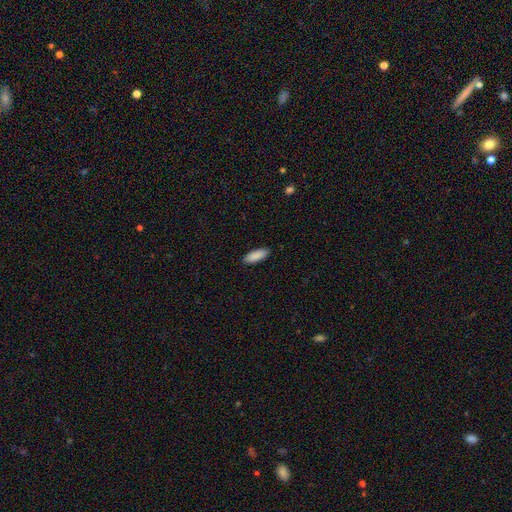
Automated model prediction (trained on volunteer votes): A smooth galaxy with no disk features (90%) that is in between round and cigar-shaped (66%).

Vote fractions:
- Smooth or featured? smooth: 90% / star or artifact: 6% / featured or disk: 4%
- How rounded? in between: 66% / cigar-shaped: 33% / round: 1%
- Merging? none: 89% / minor disturbance: 8% / major disturbance: 2% / merger: 1%